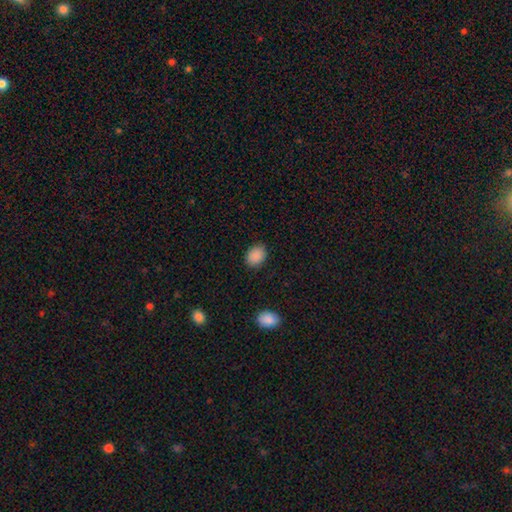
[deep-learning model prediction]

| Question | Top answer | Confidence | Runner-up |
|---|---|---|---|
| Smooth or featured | smooth | 89% | star or artifact (8%) |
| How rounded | in between | 59% | round (40%) |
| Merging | none | 86% | minor disturbance (10%) |